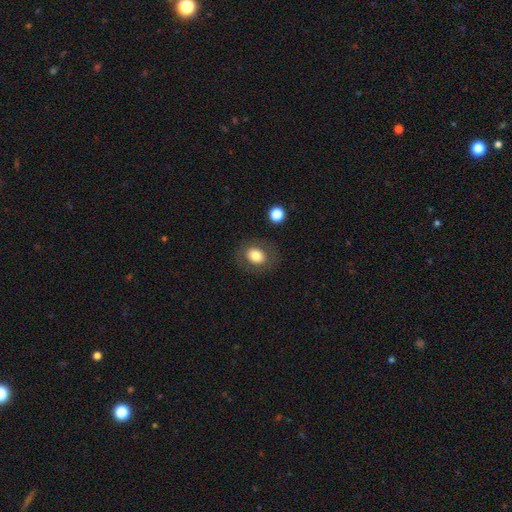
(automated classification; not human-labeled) The model was most divided on "how rounded": in between: 51%, round: 48%, cigar-shaped: 1%. More confident: merging — none (83%); smooth or featured — smooth (76%).